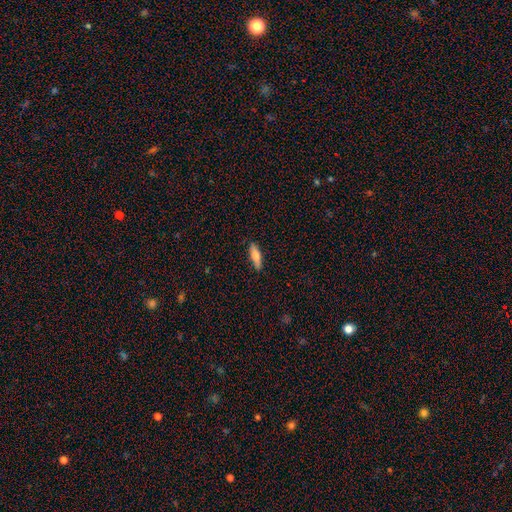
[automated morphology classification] smooth_or_featured: smooth (p=0.71) [alt: featured or disk p=0.23]
how_rounded: cigar-shaped (p=0.58) [alt: in between p=0.40]
merging: none (p=0.87) [alt: minor disturbance p=0.10]